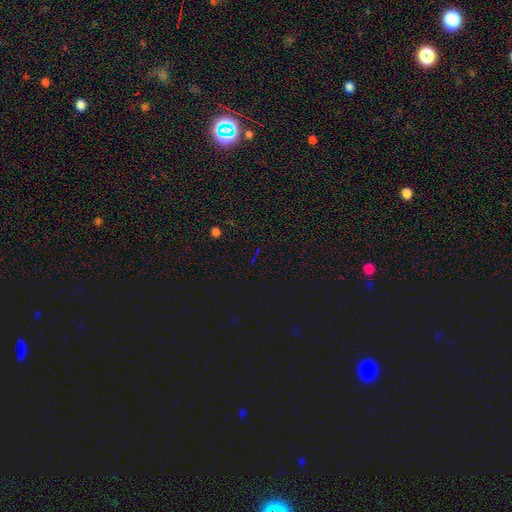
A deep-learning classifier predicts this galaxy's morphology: Smooth or featured: star or artifact — 75% (smooth — 15%)